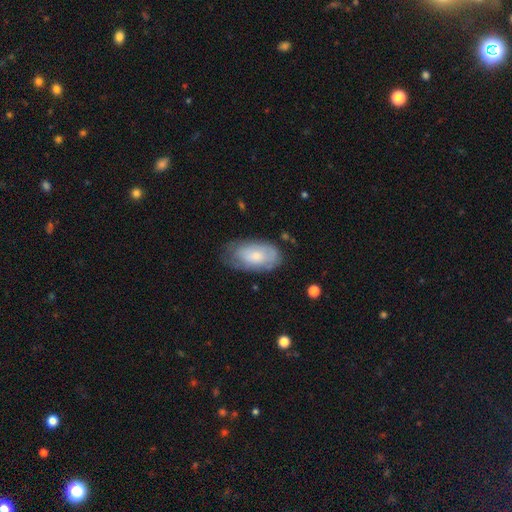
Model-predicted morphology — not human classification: Smooth or featured? Predicted: smooth (p=0.60). How rounded? Predicted: in between (p=0.93). Merging? Predicted: none (p=0.63).